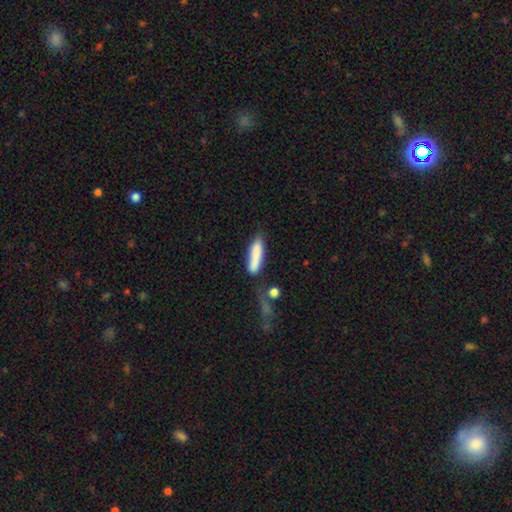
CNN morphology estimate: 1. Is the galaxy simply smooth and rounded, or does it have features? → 82% smooth, 12% featured or disk, 6% star or artifact.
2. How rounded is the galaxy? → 72% cigar-shaped, 27% in between, 2% round.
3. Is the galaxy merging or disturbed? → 61% none, 22% minor disturbance, 9% merger, 8% major disturbance.